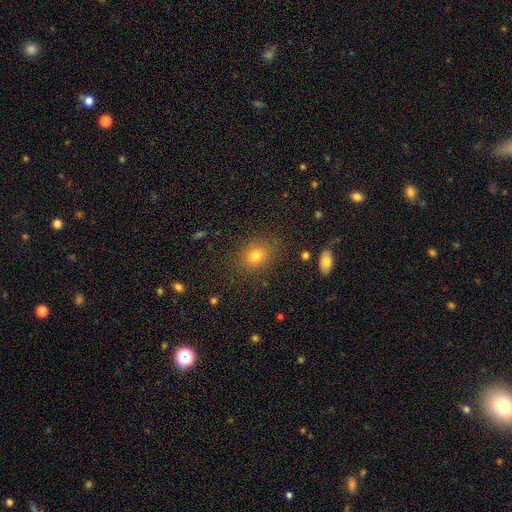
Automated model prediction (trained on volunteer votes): Morphology: type=smooth (77%); roundness=round (49%, tied with in between); merging=none (84%).